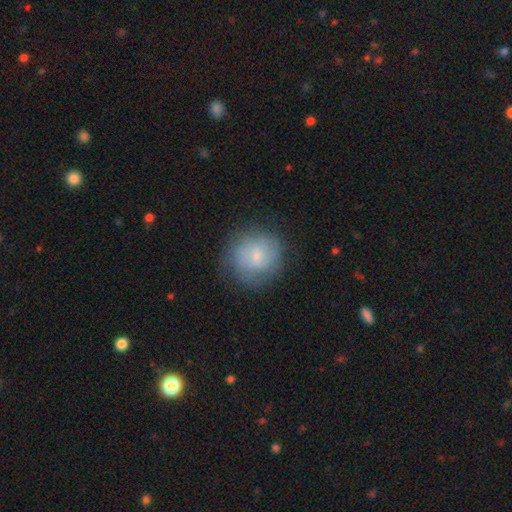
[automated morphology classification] smooth 61%, featured or disk 31%, star or artifact 8%. Down the decision tree: how rounded — round (89%); merging — none (75%).